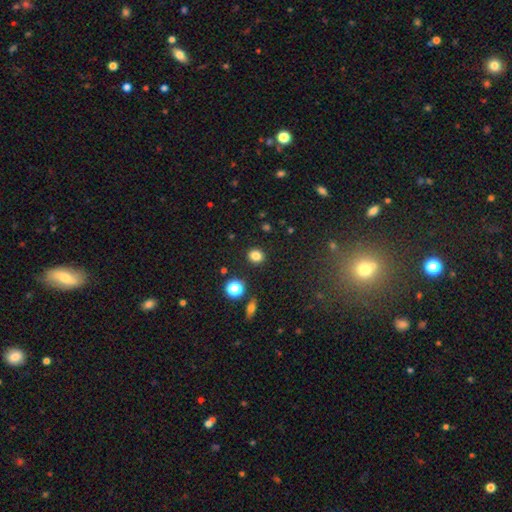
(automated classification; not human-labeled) Q: Smooth or featured?
A: smooth (82%); runner-up: star or artifact (13%)
Q: How rounded?
A: round (63%); runner-up: in between (36%)
Q: Merging?
A: none (89%); runner-up: minor disturbance (7%)